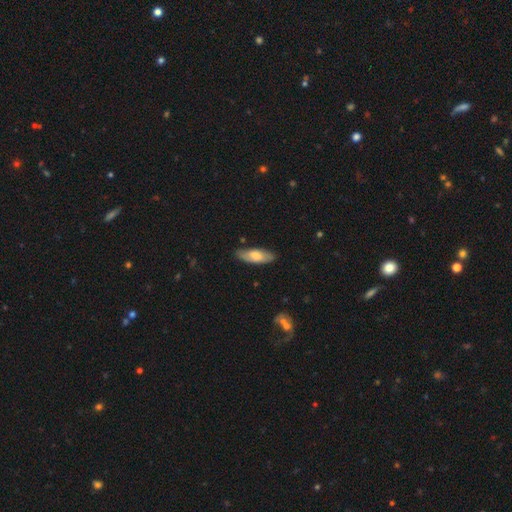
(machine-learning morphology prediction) A smooth galaxy with no disk features (69%) that is in between round and cigar-shaped (67%).

Vote fractions:
- Smooth or featured? smooth: 69% / featured or disk: 26% / star or artifact: 5%
- How rounded? in between: 67% / cigar-shaped: 31% / round: 2%
- Merging? none: 82% / minor disturbance: 14% / major disturbance: 2% / merger: 1%